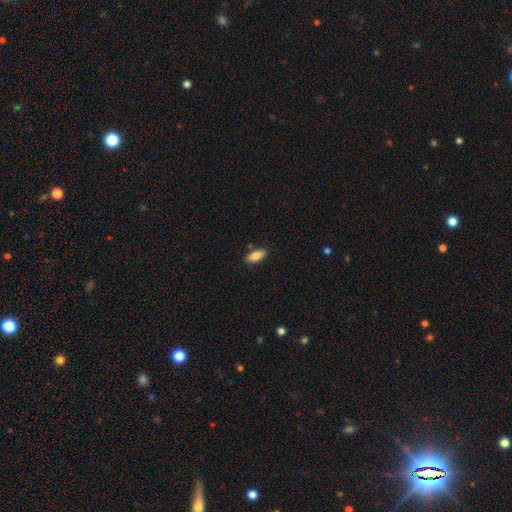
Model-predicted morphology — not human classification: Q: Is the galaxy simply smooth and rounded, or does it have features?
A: smooth — 83%.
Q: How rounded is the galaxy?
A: in between — 77%.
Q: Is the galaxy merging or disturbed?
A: none — 85%.